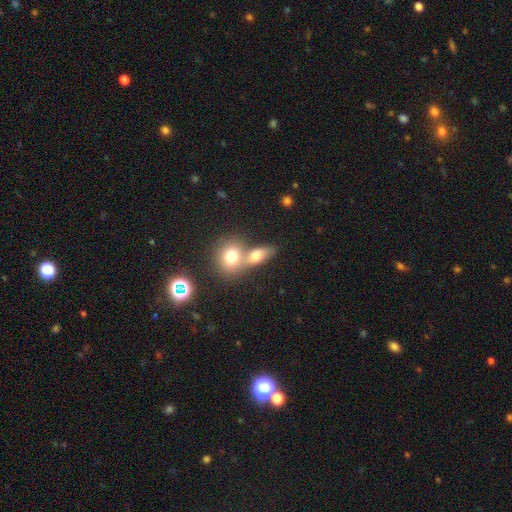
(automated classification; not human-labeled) smooth-or-featured: smooth: 73% | featured or disk: 16% | star or artifact: 11%
  how-rounded: in between: 64% | round: 30% | cigar-shaped: 6%
  merging: merger: 56% | none: 31% | minor disturbance: 8% | major disturbance: 4%